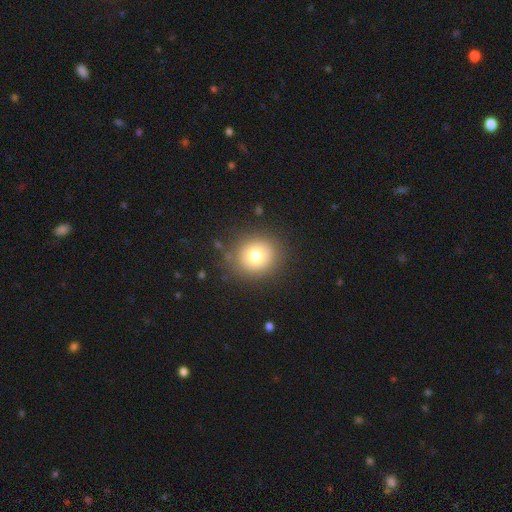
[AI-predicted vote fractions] smooth_or_featured: smooth (p=0.77) [alt: featured or disk p=0.12]
how_rounded: round (p=0.87) [alt: in between p=0.12]
merging: none (p=0.85) [alt: minor disturbance p=0.09]